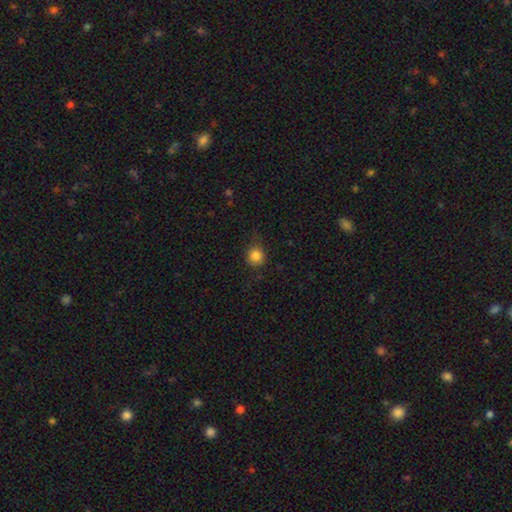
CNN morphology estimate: This appears to be a smooth galaxy with no disk features (84%) that is round (86%). Merging: none (76%).